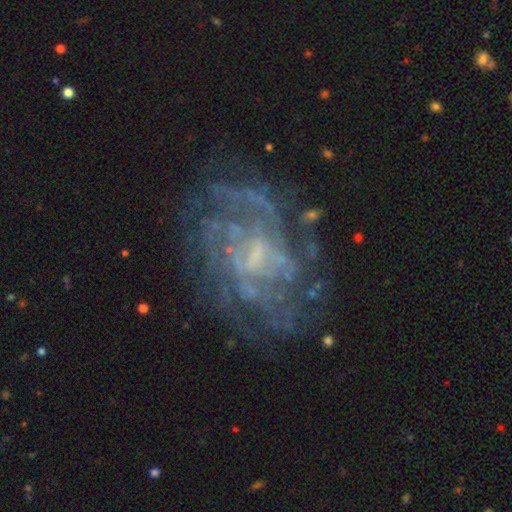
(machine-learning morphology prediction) Overall: featured or disk (81%). Edge-on disk: no (97%). Bar: weak (47%; no 42%). Spiral arms: yes (79%). Spiral arm count: can't tell (54%). Spiral winding: tight (46%; medium 37%). Bulge size: small (52%; none 26%). Merging: none (65%).